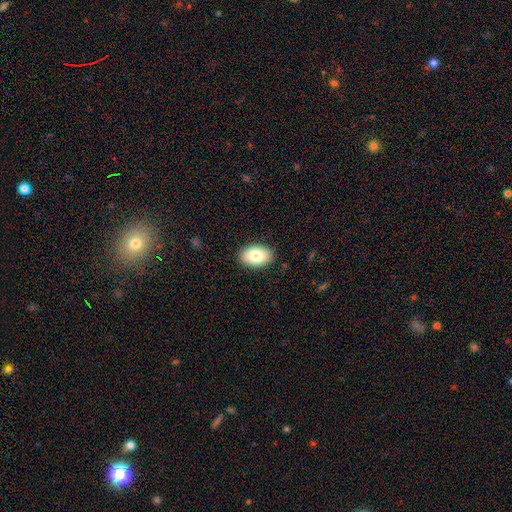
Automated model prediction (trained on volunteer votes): smooth-or-featured: smooth: 83% | featured or disk: 10% | star or artifact: 7%
  how-rounded: in between: 91% | round: 7% | cigar-shaped: 1%
  merging: none: 88% | minor disturbance: 9% | major disturbance: 2% | merger: 1%